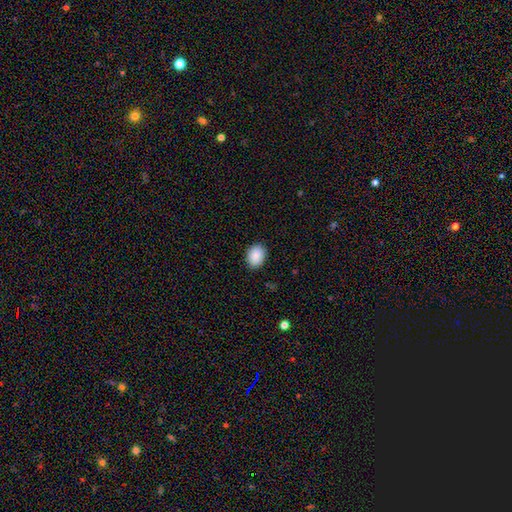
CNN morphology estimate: This is clearly a smooth galaxy (89%). How rounded: likely in between (61%). Merging: clearly none (89%).